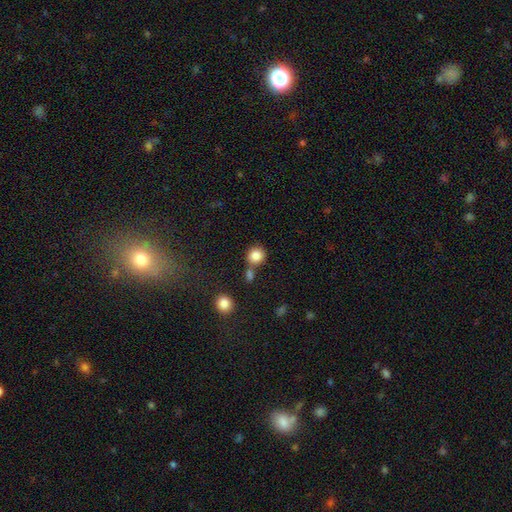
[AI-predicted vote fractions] smooth_or_featured: smooth (p=0.84) [alt: star or artifact p=0.10]
how_rounded: round (p=0.89) [alt: in between p=0.10]
merging: none (p=0.62) [alt: merger p=0.24]